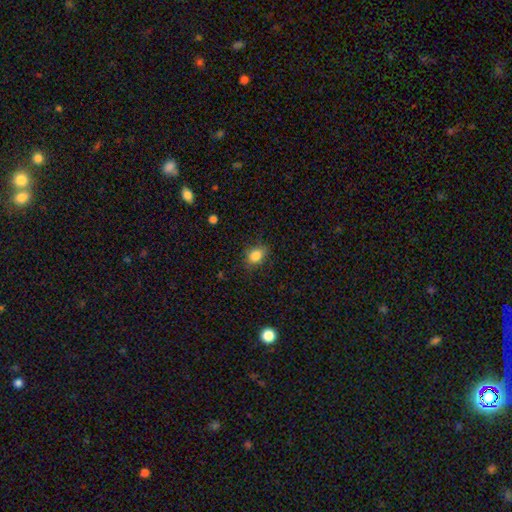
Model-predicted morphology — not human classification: Q: Smooth or featured?
A: smooth (83%); runner-up: star or artifact (10%)
Q: How rounded?
A: in between (62%); runner-up: round (37%)
Q: Merging?
A: none (79%); runner-up: minor disturbance (16%)